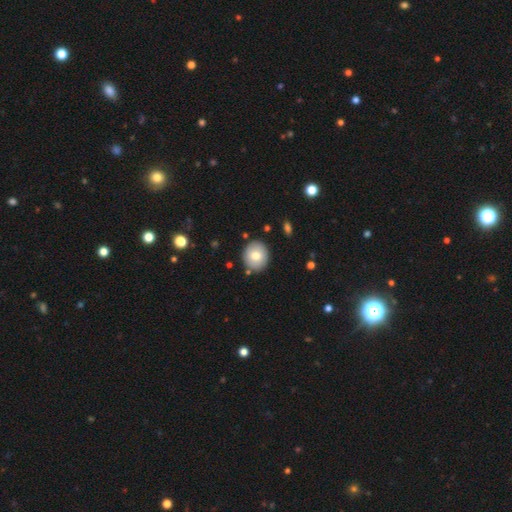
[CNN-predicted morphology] Smooth or featured? Predicted: smooth (p=0.76). How rounded? Predicted: round (p=0.82). Merging? Predicted: none (p=0.87).